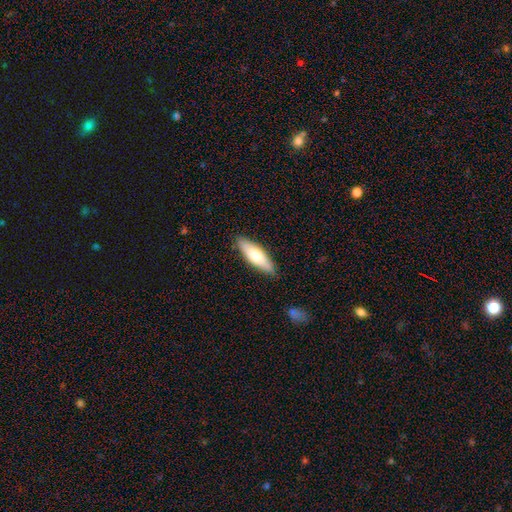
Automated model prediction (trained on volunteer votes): A smooth galaxy with no disk features (67%) that is cigar-shaped (51%).

Vote fractions:
- Smooth or featured? smooth: 67% / featured or disk: 27% / star or artifact: 5%
- How rounded? cigar-shaped: 51% / in between: 48% / round: 2%
- Merging? none: 86% / minor disturbance: 11% / major disturbance: 2% / merger: 1%